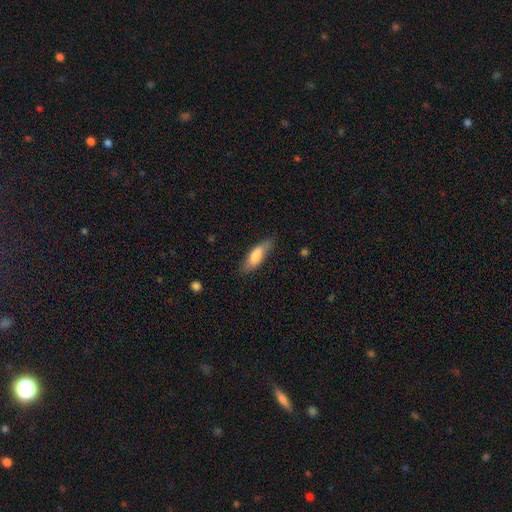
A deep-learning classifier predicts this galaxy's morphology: A smooth galaxy with no disk features (76%) that is in between round and cigar-shaped (57%).

Vote fractions:
- Smooth or featured? smooth: 76% / featured or disk: 18% / star or artifact: 6%
- How rounded? in between: 57% / cigar-shaped: 41% / round: 2%
- Merging? none: 73% / minor disturbance: 21% / major disturbance: 4% / merger: 2%